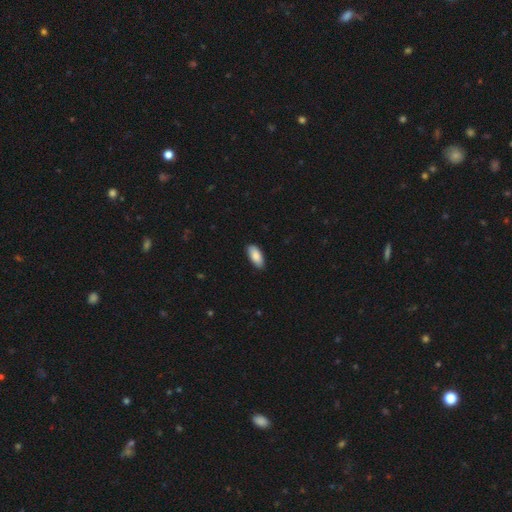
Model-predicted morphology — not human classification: smooth-or-featured: smooth: 87% | featured or disk: 7% | star or artifact: 6%
  how-rounded: in between: 90% | cigar-shaped: 8% | round: 2%
  merging: none: 87% | minor disturbance: 10% | major disturbance: 2% | merger: 1%